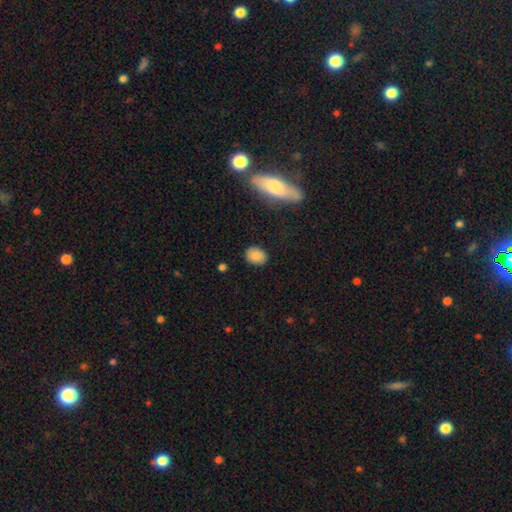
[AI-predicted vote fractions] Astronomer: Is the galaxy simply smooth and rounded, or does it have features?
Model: smooth — 85%.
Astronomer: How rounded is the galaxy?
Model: in between — 54% (runner-up: round, 45%).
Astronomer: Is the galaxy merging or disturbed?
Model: none — 86%.